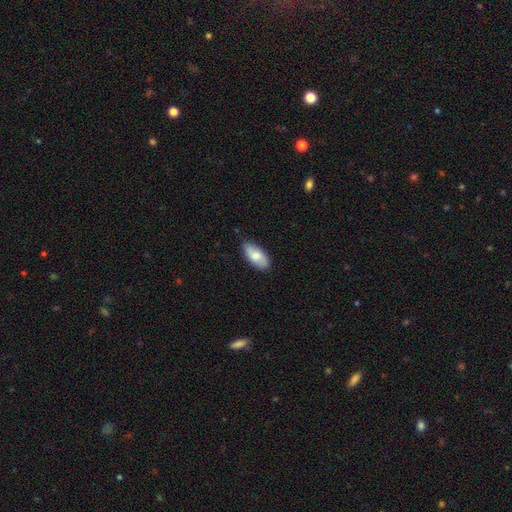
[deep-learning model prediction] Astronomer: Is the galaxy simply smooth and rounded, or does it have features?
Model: smooth — 76%.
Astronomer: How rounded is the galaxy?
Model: in between — 91%.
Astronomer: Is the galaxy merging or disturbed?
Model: none — 82%.